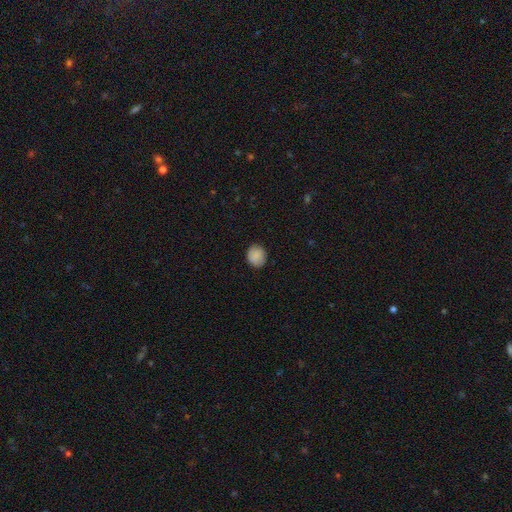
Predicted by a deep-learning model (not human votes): Smooth or featured: smooth — 86% (star or artifact — 8%)
How rounded: round — 71% (in between — 28%)
Merging: none — 85% (minor disturbance — 12%)